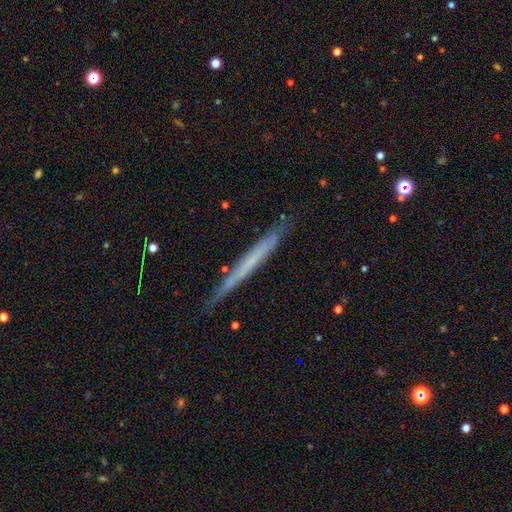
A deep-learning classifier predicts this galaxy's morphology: A featured or disk galaxy (50%) viewed edge-on (95%). Merging: none (87%).